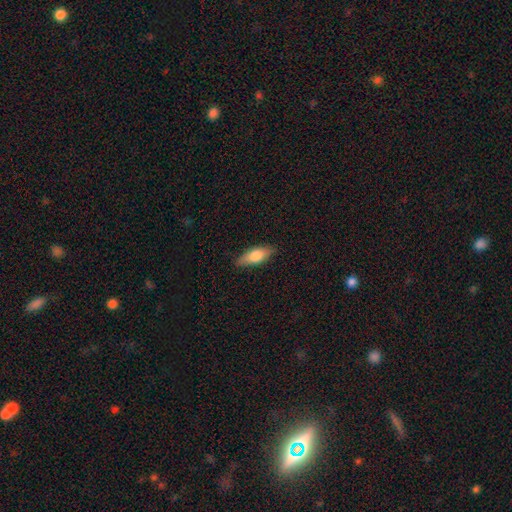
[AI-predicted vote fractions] This is likely a smooth galaxy (70%). How rounded: likely in between (70%). Merging: clearly none (85%).